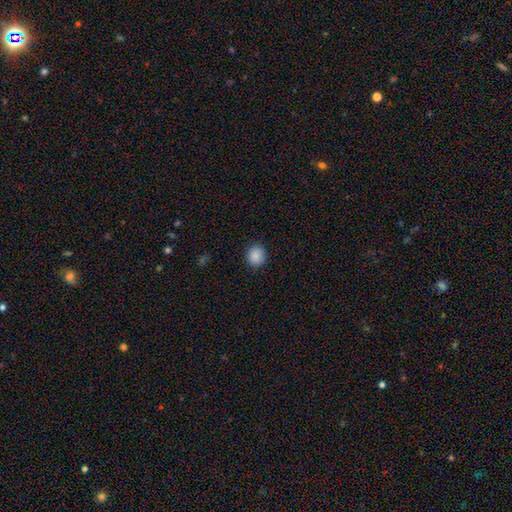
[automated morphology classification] A smooth galaxy with no disk features (88%) that is round (81%). Merging: none (90%).